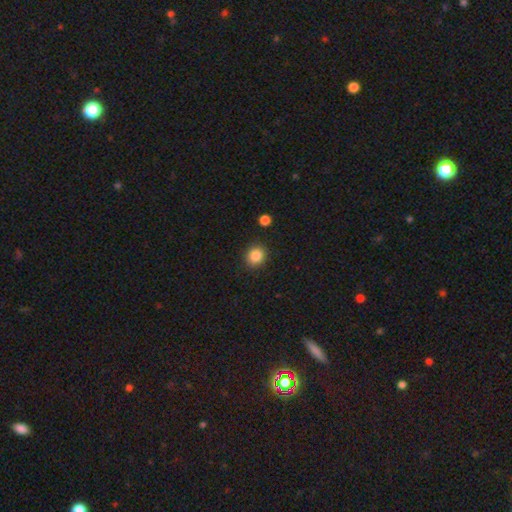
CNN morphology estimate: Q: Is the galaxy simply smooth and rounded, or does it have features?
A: smooth — 86%.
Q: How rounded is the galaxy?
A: round — 77%.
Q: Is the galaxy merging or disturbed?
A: none — 87%.